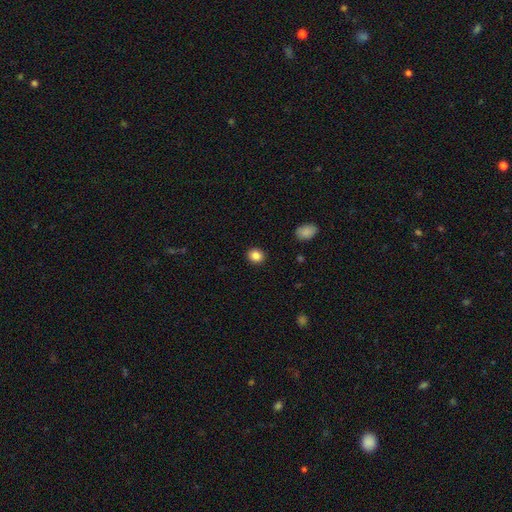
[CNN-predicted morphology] Q: Smooth or featured?
A: smooth (86%); runner-up: star or artifact (10%)
Q: How rounded?
A: round (71%); runner-up: in between (28%)
Q: Merging?
A: none (91%); runner-up: minor disturbance (6%)